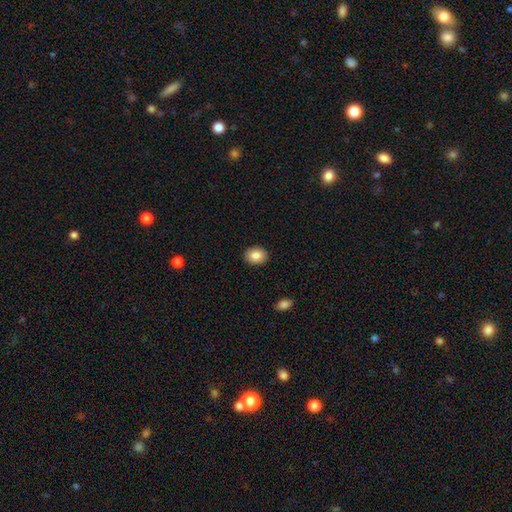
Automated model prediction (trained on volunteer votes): This appears to be a smooth galaxy with no disk features (86%) that is in between round and cigar-shaped (57%). Merging: none (90%).